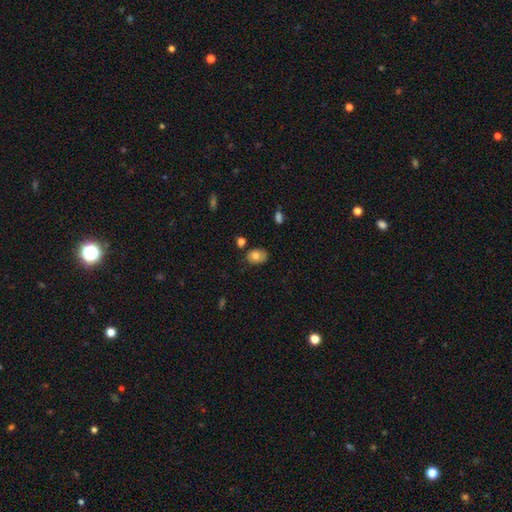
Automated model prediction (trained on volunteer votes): Morphology: type=smooth (78%); roundness=in between (75%); merging=none (69%).